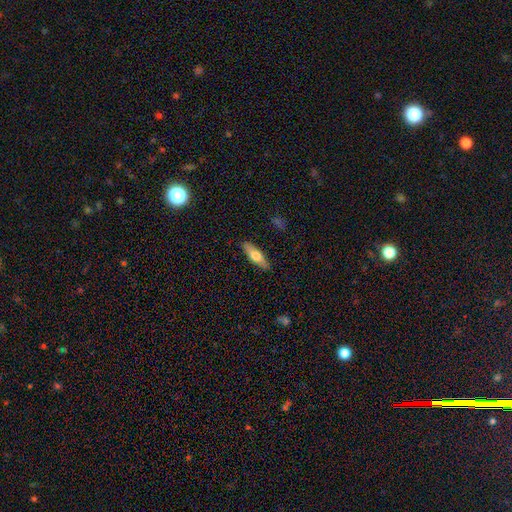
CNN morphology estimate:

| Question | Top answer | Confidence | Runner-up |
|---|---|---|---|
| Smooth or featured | smooth | 64% | featured or disk (30%) |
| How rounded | in between | 51% | cigar-shaped (47%) |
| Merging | none | 87% | minor disturbance (10%) |